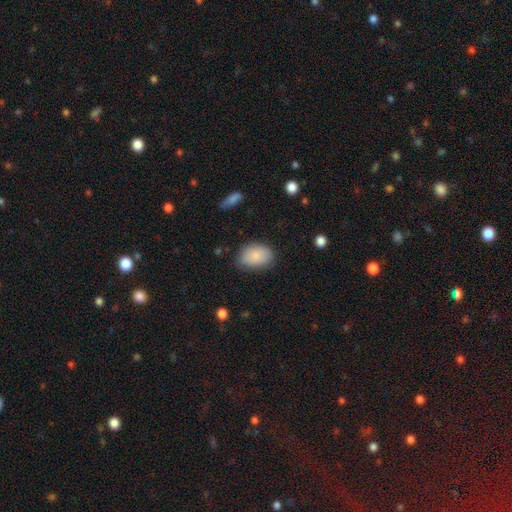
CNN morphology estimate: A smooth galaxy with no disk features (85%) that is in between round and cigar-shaped (85%). Merging: none (76%).